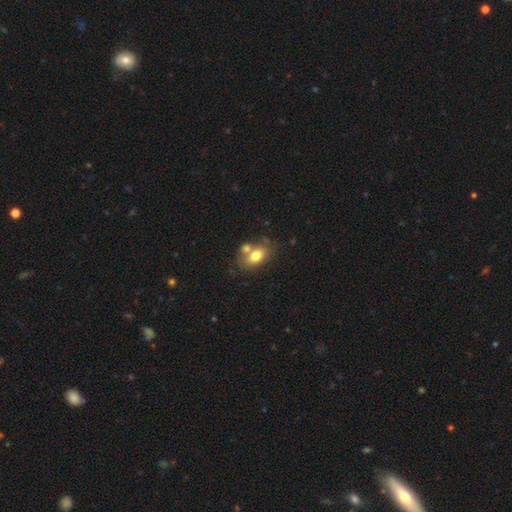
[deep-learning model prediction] This appears to be a smooth galaxy with no disk features (74%) that is in between round and cigar-shaped (84%). Merging: none (48%).